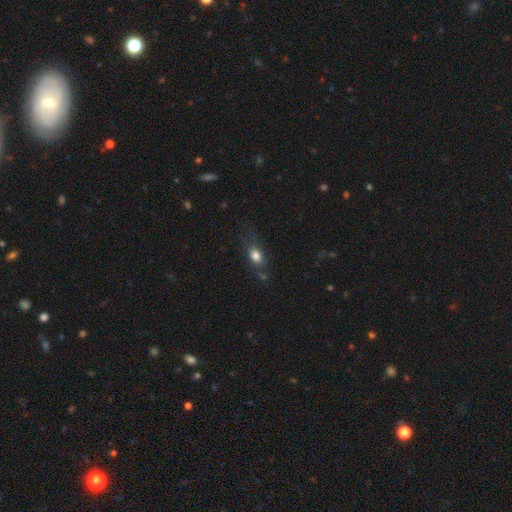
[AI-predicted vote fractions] smooth-or-featured: smooth: 78% | featured or disk: 11% | star or artifact: 11%
  how-rounded: in between: 65% | round: 29% | cigar-shaped: 5%
  merging: none: 63% | minor disturbance: 23% | major disturbance: 10% | merger: 4%